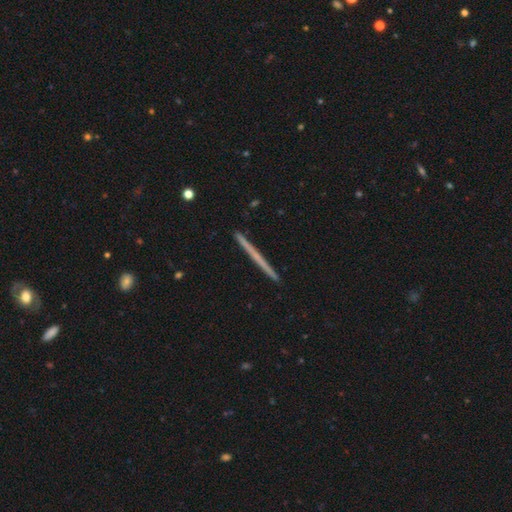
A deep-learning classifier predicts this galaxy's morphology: type=featured or disk (56%); edge-on=yes (98%); edge-on bulge=none (86%); merging=none (92%).